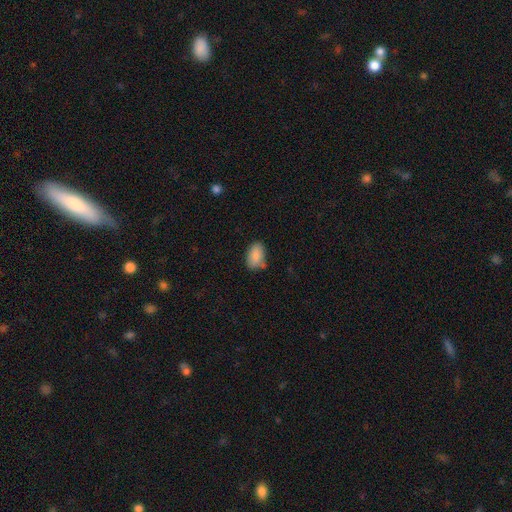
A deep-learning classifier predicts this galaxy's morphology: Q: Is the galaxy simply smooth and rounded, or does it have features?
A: smooth — 87%.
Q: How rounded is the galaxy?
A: in between — 90%.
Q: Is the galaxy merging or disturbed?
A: none — 70%.